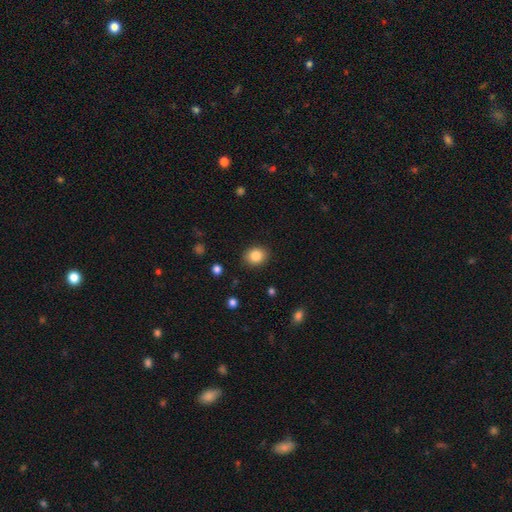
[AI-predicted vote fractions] Smooth or featured?
  - smooth: 85% *
  - star or artifact: 10%
  - featured or disk: 6%
How rounded?
  - round: 60% *
  - in between: 39%
  - cigar-shaped: 1%
Merging?
  - none: 89% *
  - minor disturbance: 8%
  - major disturbance: 2%
  - merger: 1%